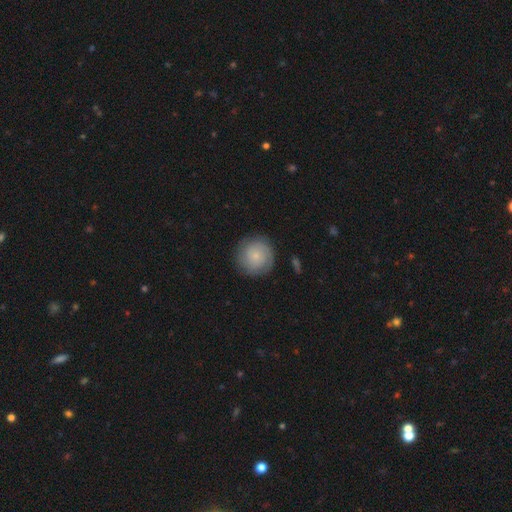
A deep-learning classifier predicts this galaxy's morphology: Smooth or featured? Predicted: smooth (p=0.59). How rounded? Predicted: round (p=0.92). Merging? Predicted: none (p=0.85).